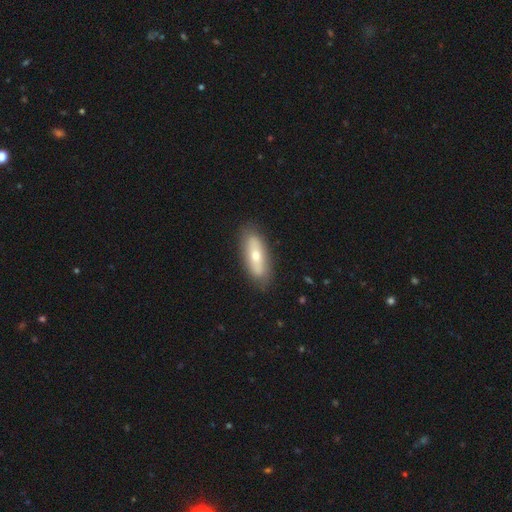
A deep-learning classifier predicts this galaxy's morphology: A smooth galaxy with no disk features (56%) that is in between round and cigar-shaped (69%).

Vote fractions:
- Smooth or featured? smooth: 56% / featured or disk: 38% / star or artifact: 6%
- How rounded? in between: 69% / cigar-shaped: 28% / round: 3%
- Merging? none: 83% / minor disturbance: 12% / major disturbance: 3% / merger: 1%